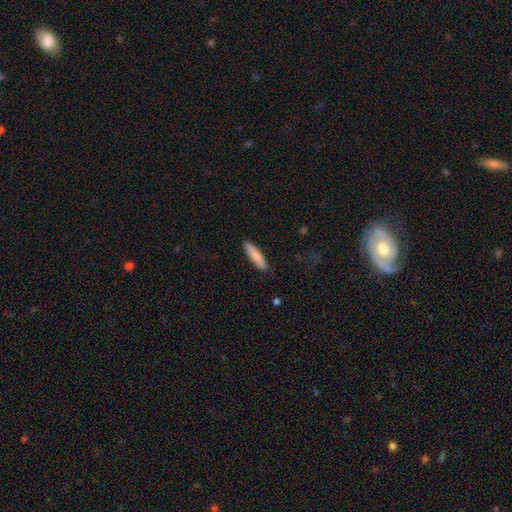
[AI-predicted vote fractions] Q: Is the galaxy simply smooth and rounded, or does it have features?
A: smooth — 85%.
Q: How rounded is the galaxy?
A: cigar-shaped — 72%.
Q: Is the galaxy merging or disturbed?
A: none — 88%.